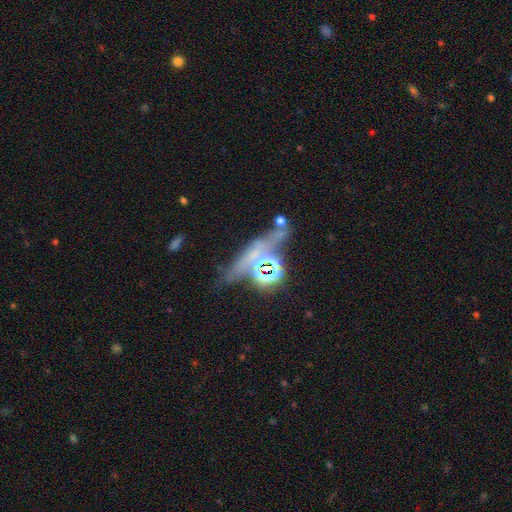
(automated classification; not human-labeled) The model was most divided on "smooth or featured": star or artifact: 51%, featured or disk: 26%, smooth: 22%.